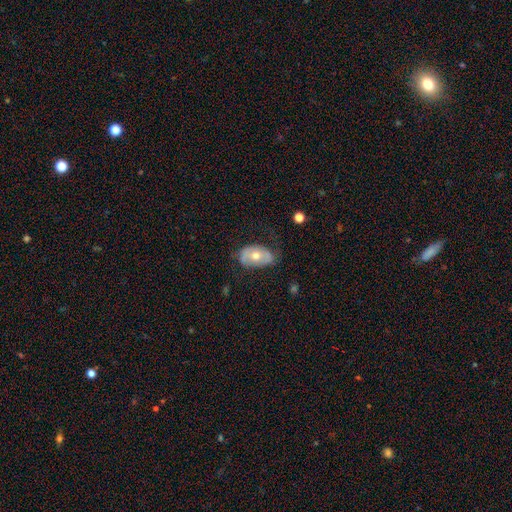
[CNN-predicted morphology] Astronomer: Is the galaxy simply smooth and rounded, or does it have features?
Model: smooth — 48% (runner-up: featured or disk, 46%).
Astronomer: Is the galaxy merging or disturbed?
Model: none — 55% (runner-up: minor disturbance, 31%).